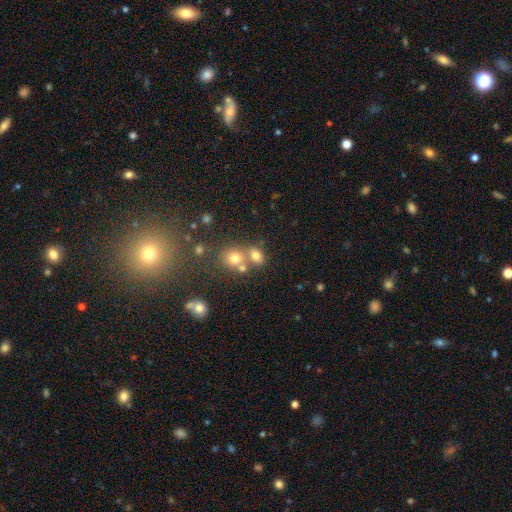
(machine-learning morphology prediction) Smooth or featured? smooth (72%)
How rounded? round (50%)
Merging? none (44%)